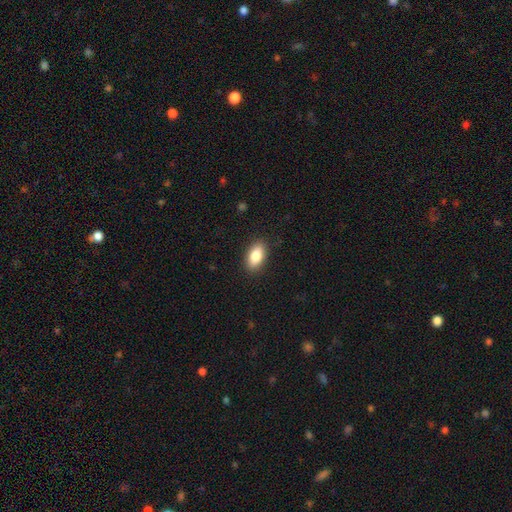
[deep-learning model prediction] The model was most divided on "smooth or featured": smooth: 84%, featured or disk: 9%, star or artifact: 7%. More confident: how rounded — in between (89%); merging — none (88%).